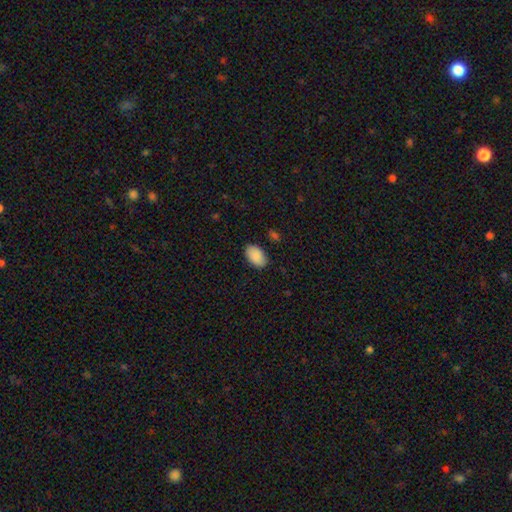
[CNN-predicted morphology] Overall: smooth (89%). How rounded: in between (92%). Merging: none (86%).